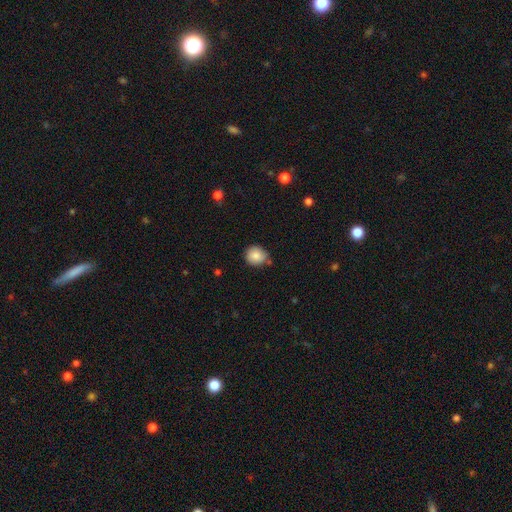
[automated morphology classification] Smooth or featured?
  - smooth: 85% *
  - star or artifact: 8%
  - featured or disk: 7%
How rounded?
  - round: 83% *
  - in between: 16%
  - cigar-shaped: 1%
Merging?
  - none: 76% *
  - minor disturbance: 17%
  - merger: 4%
  - major disturbance: 3%